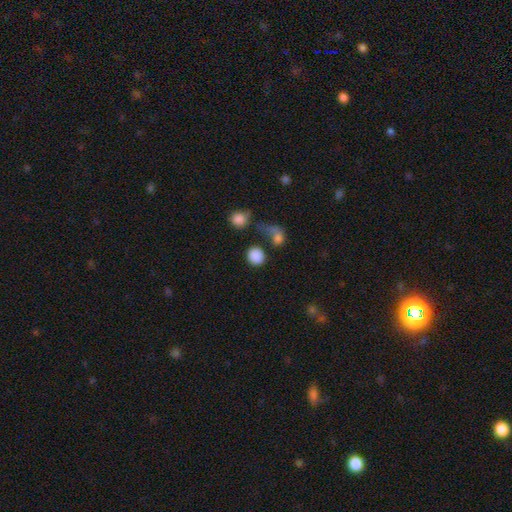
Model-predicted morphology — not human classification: The model was most divided on "merging": none: 64%, merger: 16%, minor disturbance: 11%, major disturbance: 9%. More confident: smooth or featured — smooth (85%); how rounded — round (82%).